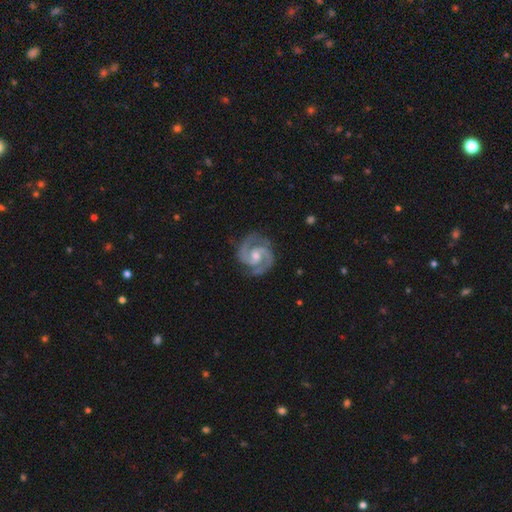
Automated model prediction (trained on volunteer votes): smooth_or_featured: featured or disk (p=0.93) [alt: star or artifact p=0.04]
disk_edge_on: no (p=0.98) [alt: yes p=0.02]
bar: weak (p=0.44) [alt: no p=0.42]
has_spiral_arms: yes (p=0.99) [alt: no p=0.01]
spiral_winding: medium (p=0.53) [alt: tight p=0.41]
spiral_arm_count: 2 (p=0.93) [alt: 3 p=0.03]
bulge_size: moderate (p=0.58) [alt: small p=0.35]
merging: none (p=0.83) [alt: minor disturbance p=0.13]